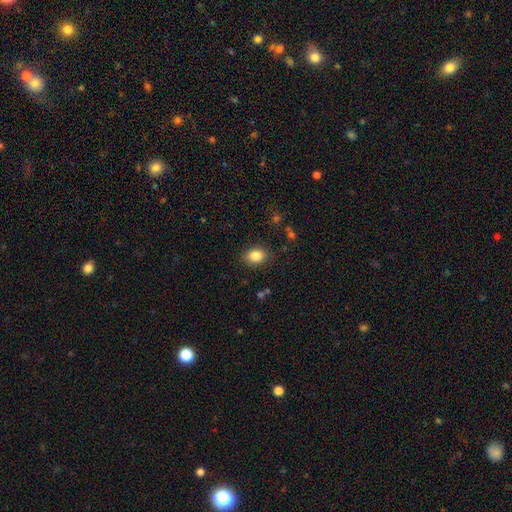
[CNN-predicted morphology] Smooth or featured?
  - smooth: 85% *
  - star or artifact: 9%
  - featured or disk: 6%
How rounded?
  - in between: 63% *
  - round: 36%
  - cigar-shaped: 1%
Merging?
  - none: 86% *
  - minor disturbance: 10%
  - major disturbance: 3%
  - merger: 1%